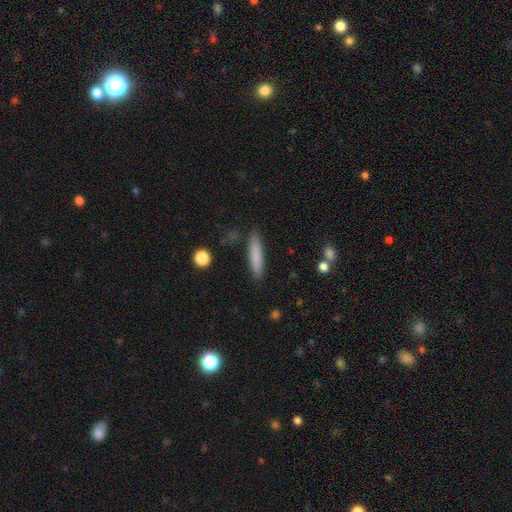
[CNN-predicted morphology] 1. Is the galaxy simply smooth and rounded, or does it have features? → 81% smooth, 12% featured or disk, 7% star or artifact.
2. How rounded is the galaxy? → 87% cigar-shaped, 11% in between, 1% round.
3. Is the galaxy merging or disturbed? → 87% none, 9% minor disturbance, 2% major disturbance, 2% merger.